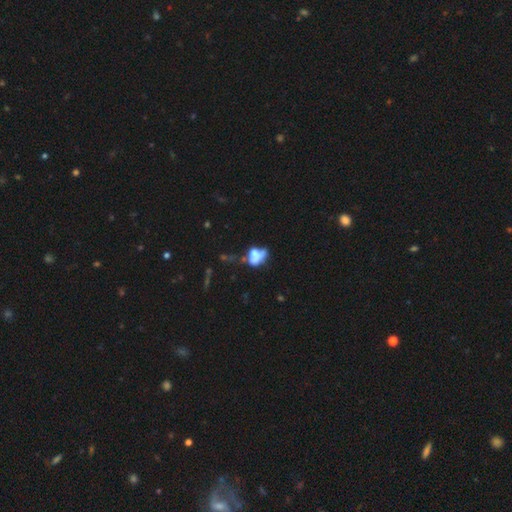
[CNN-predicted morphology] A smooth galaxy with no disk features (53%) that is in between round and cigar-shaped (77%). Merging: merger (34%).